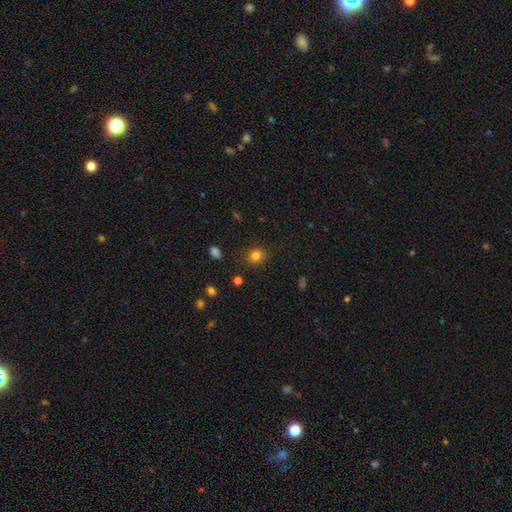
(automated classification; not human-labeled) This is clearly a smooth galaxy (81%). How rounded: likely round (71%). Merging: clearly none (86%).